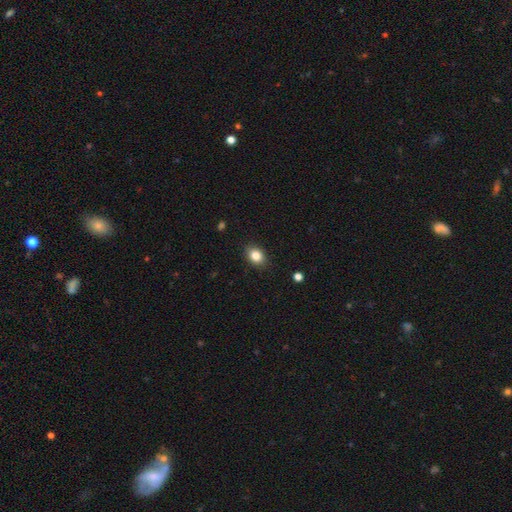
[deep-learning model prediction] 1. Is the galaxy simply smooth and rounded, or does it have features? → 83% smooth, 10% star or artifact, 7% featured or disk.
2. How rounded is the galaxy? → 60% in between, 39% round, 1% cigar-shaped.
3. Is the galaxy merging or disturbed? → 88% none, 9% minor disturbance, 2% major disturbance, 1% merger.